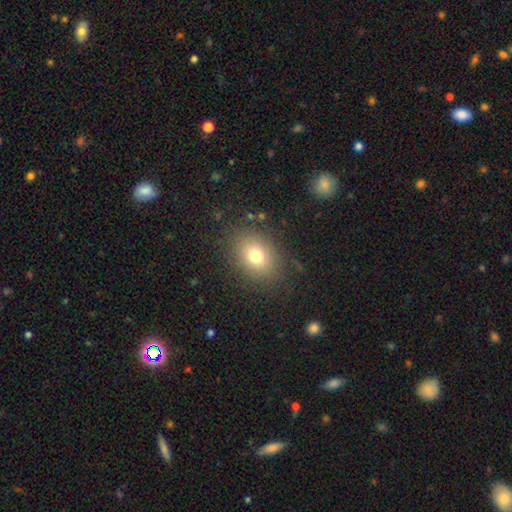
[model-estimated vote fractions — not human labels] This appears to be a smooth galaxy with no disk features (75%) that is in between round and cigar-shaped (59%). Merging: none (83%).